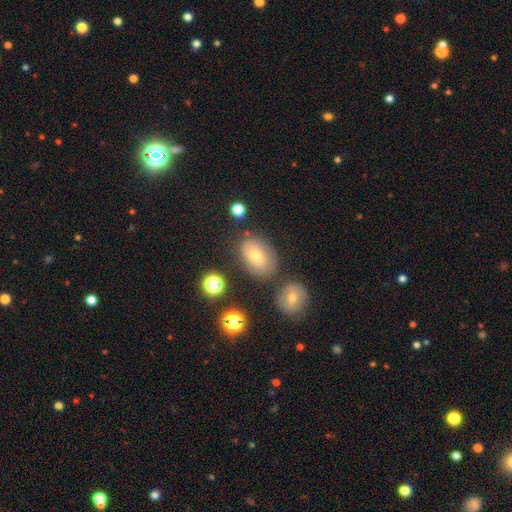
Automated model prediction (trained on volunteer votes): A smooth galaxy with no disk features (69%) that is in between round and cigar-shaped (79%).

Vote fractions:
- Smooth or featured? smooth: 69% / featured or disk: 18% / star or artifact: 13%
- How rounded? in between: 79% / round: 20% / cigar-shaped: 1%
- Merging? none: 74% / minor disturbance: 14% / merger: 8% / major disturbance: 4%